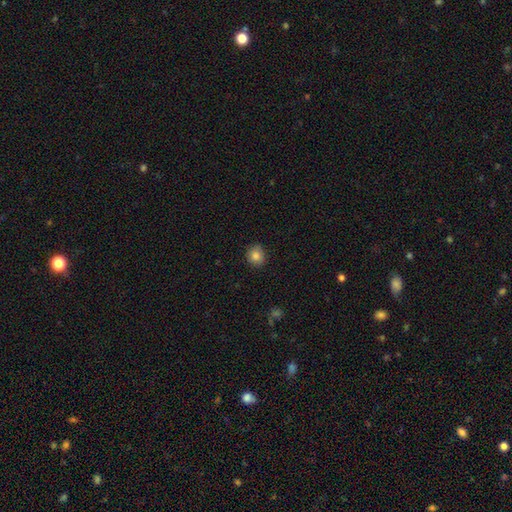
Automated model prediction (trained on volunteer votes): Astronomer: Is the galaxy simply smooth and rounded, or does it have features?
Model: smooth — 85%.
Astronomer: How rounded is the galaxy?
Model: round — 78%.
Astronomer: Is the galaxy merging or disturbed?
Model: none — 85%.